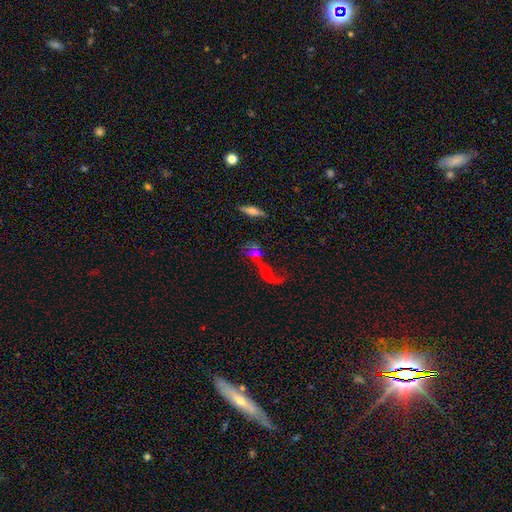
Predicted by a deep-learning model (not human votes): smooth-or-featured: featured or disk: 49% | smooth: 35% | star or artifact: 16%
  merging: merger: 48% | none: 23% | major disturbance: 20% | minor disturbance: 9%